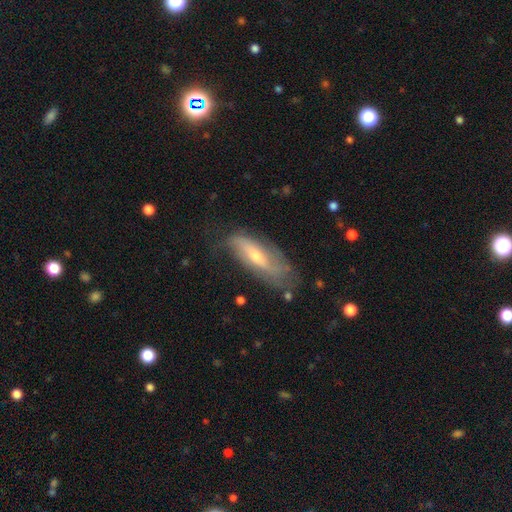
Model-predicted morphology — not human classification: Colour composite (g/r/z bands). It shows a featured or disk galaxy (61%). Merging: none (62%).